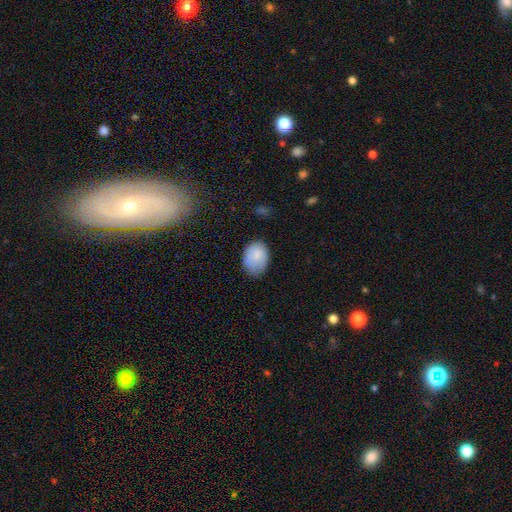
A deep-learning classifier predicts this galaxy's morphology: This appears to be a smooth galaxy with no disk features (84%) that is in between round and cigar-shaped (76%). Merging: none (68%).